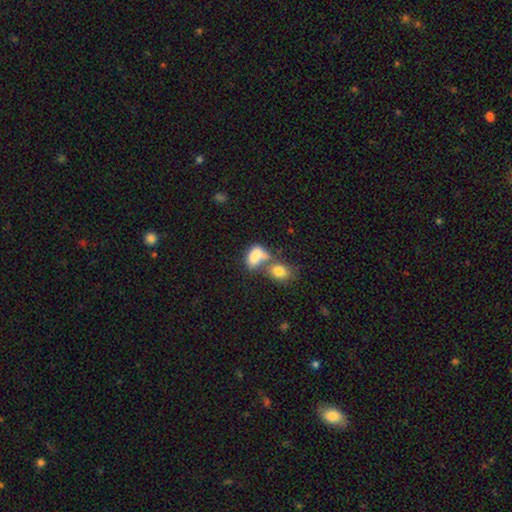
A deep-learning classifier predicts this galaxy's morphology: A smooth galaxy with no disk features (79%) that is in between round and cigar-shaped (87%).

Vote fractions:
- Smooth or featured? smooth: 79% / featured or disk: 13% / star or artifact: 9%
- How rounded? in between: 87% / round: 10% / cigar-shaped: 3%
- Merging? merger: 57% / none: 21% / minor disturbance: 11% / major disturbance: 10%